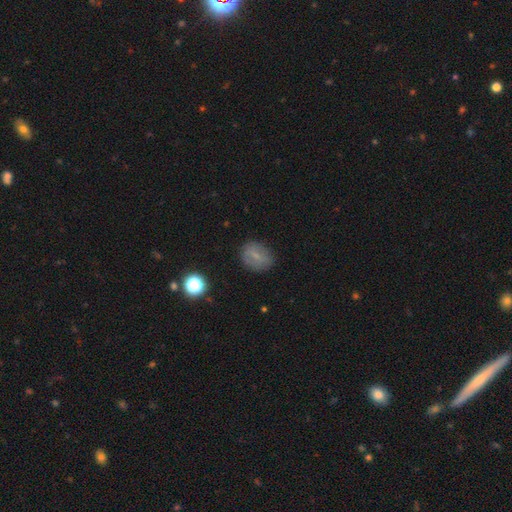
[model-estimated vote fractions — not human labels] The model was most divided on "how rounded" (2-way tie): in between: 49%, round: 49%, cigar-shaped: 2%. More confident: merging — none (79%); smooth or featured — smooth (64%).